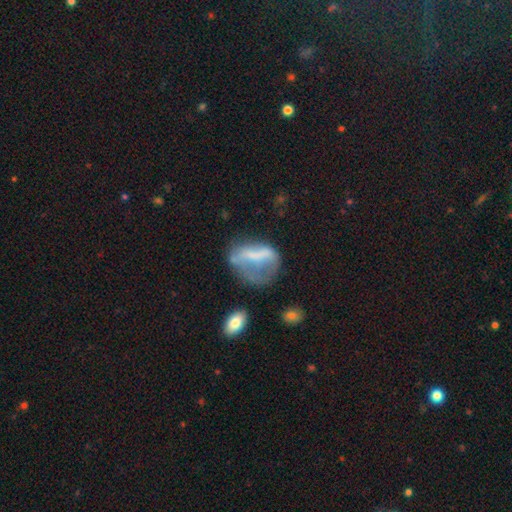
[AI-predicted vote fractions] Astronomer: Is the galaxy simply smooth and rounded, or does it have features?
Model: featured or disk — 44%, tied with smooth at 44%.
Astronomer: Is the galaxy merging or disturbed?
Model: major disturbance — 41% (runner-up: none, 29%).